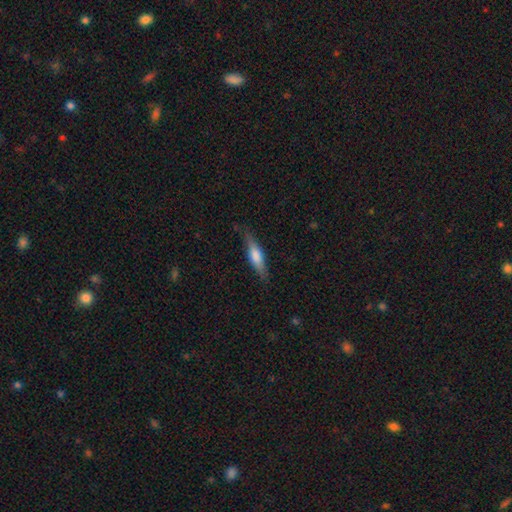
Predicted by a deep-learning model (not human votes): A smooth galaxy with no disk features (59%) that is cigar-shaped (69%).

Vote fractions:
- Smooth or featured? smooth: 59% / featured or disk: 35% / star or artifact: 6%
- How rounded? cigar-shaped: 69% / in between: 29% / round: 2%
- Merging? none: 80% / minor disturbance: 16% / major disturbance: 3% / merger: 1%